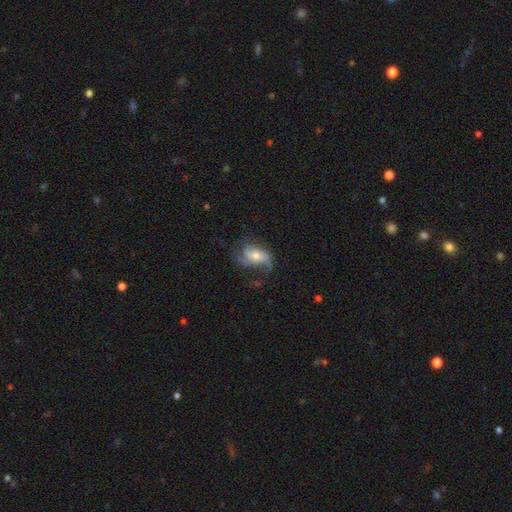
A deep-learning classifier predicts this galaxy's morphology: A featured or disk galaxy (76%) with no bar (62%), 2 (41%) loose (42%) spiral arms (92%) and a moderate central bulge (57%). Merging: none (51%).